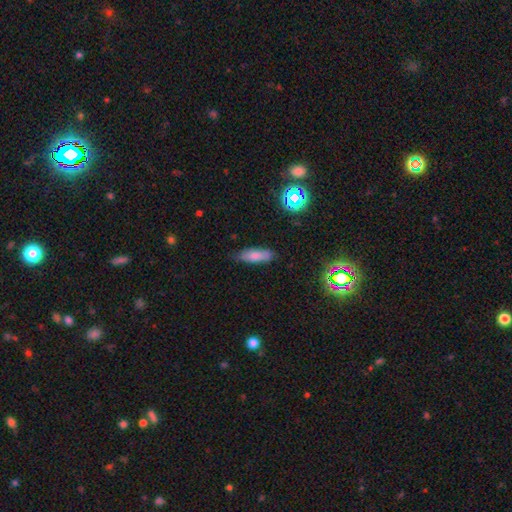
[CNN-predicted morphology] This is likely a smooth galaxy (75%). How rounded: possibly in between (56%). Merging: likely none (77%).